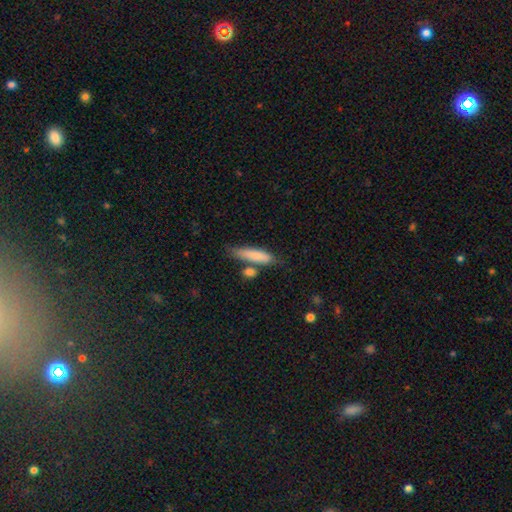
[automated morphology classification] Smooth or featured? Predicted: smooth (p=0.82). How rounded? Predicted: cigar-shaped (p=0.72). Merging? Predicted: none (p=0.63).